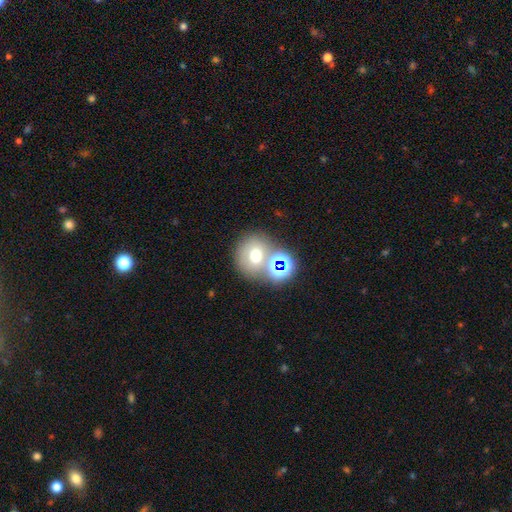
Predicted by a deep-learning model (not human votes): A smooth galaxy with no disk features (61%) that is round (77%). Merging: none (58%).